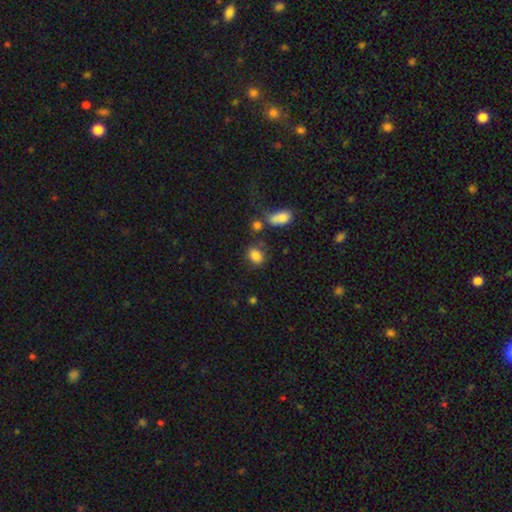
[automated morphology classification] Smooth or featured: smooth — 83% (star or artifact — 10%)
How rounded: in between — 59% (round — 39%)
Merging: none — 65% (minor disturbance — 17%)